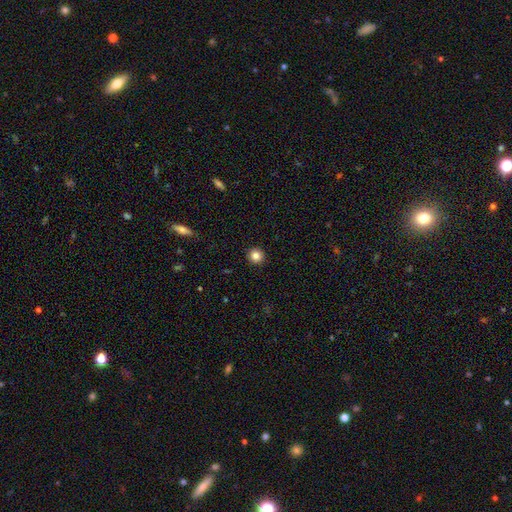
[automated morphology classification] Smooth or featured: smooth — 84% (star or artifact — 11%)
How rounded: round — 95% (in between — 4%)
Merging: none — 93% (minor disturbance — 4%)